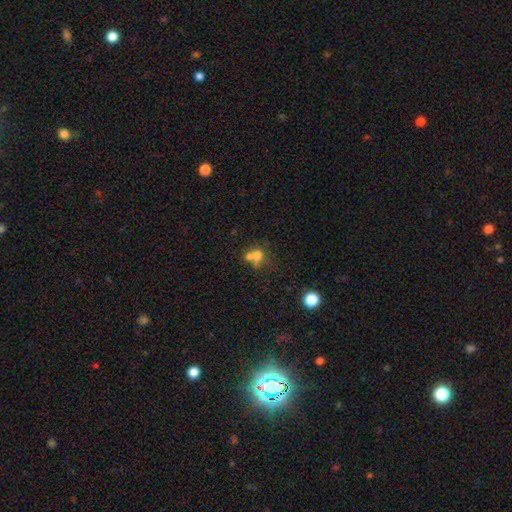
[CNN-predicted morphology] Q: Smooth or featured?
A: smooth (65%); runner-up: featured or disk (20%)
Q: How rounded?
A: round (71%); runner-up: in between (28%)
Q: Merging?
A: merger (57%); runner-up: none (30%)